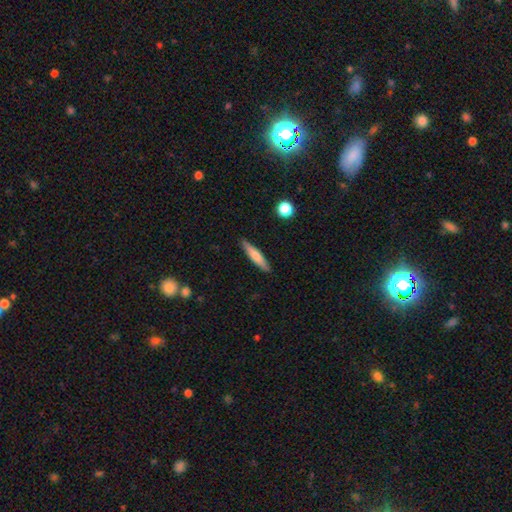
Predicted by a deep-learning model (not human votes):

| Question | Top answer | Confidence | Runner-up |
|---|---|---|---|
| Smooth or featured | smooth | 70% | featured or disk (24%) |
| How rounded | cigar-shaped | 86% | in between (13%) |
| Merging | none | 89% | minor disturbance (8%) |